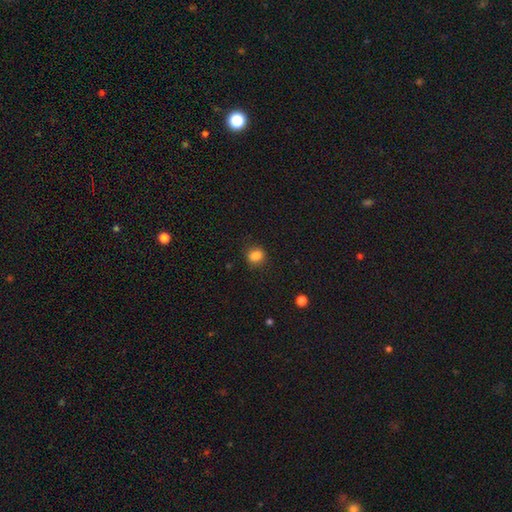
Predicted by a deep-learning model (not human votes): Smooth or featured: smooth — 85% (star or artifact — 11%)
How rounded: round — 65% (in between — 34%)
Merging: none — 85% (minor disturbance — 11%)